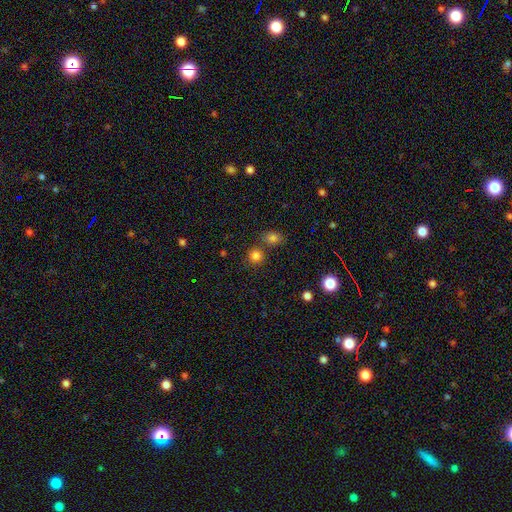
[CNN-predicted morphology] smooth_or_featured: smooth (p=0.80) [alt: star or artifact p=0.14]
how_rounded: round (p=0.88) [alt: in between p=0.11]
merging: none (p=0.72) [alt: merger p=0.17]